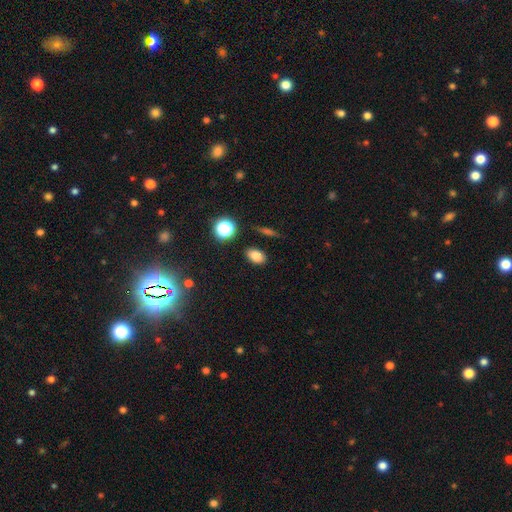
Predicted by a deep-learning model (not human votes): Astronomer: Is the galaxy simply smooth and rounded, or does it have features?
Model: smooth — 81%.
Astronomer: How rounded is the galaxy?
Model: in between — 82%.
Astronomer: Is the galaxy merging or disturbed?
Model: none — 86%.